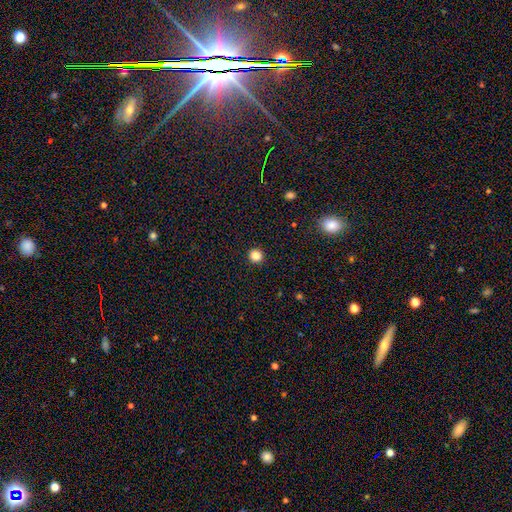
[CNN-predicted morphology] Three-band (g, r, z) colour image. It shows a smooth galaxy with no disk features (84%) that is round (93%). Merging: none (93%).